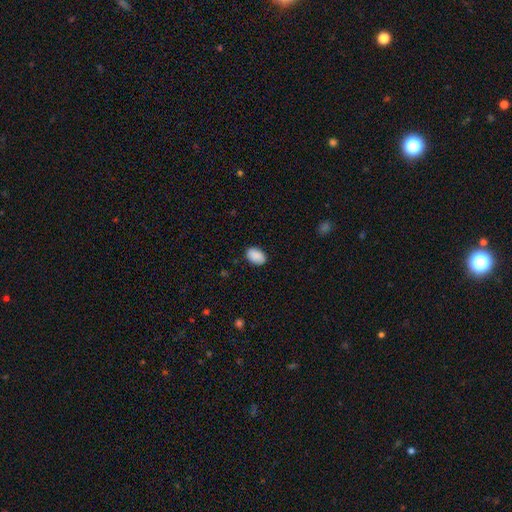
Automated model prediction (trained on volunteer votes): smooth_or_featured: smooth (p=0.89) [alt: star or artifact p=0.07]
how_rounded: in between (p=0.87) [alt: round p=0.12]
merging: none (p=0.86) [alt: minor disturbance p=0.10]